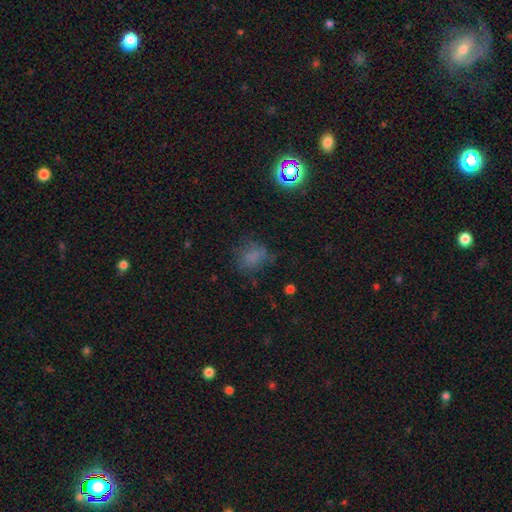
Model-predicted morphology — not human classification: Smooth or featured? Predicted: smooth (p=0.65). How rounded? Predicted: in between (p=0.51). Merging? Predicted: none (p=0.58).